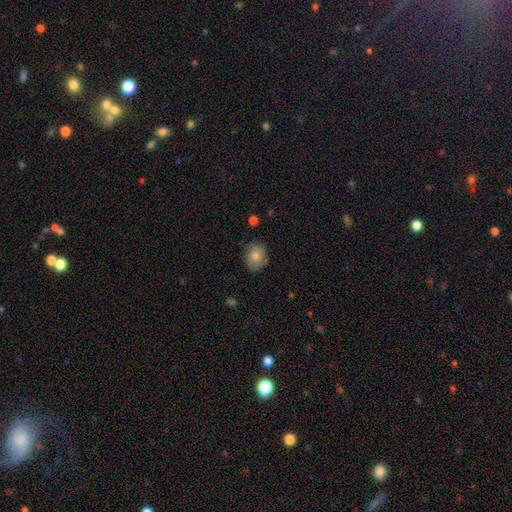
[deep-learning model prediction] smooth_or_featured: smooth (p=0.77) [alt: featured or disk p=0.15]
how_rounded: round (p=0.65) [alt: in between p=0.34]
merging: none (p=0.74) [alt: minor disturbance p=0.20]